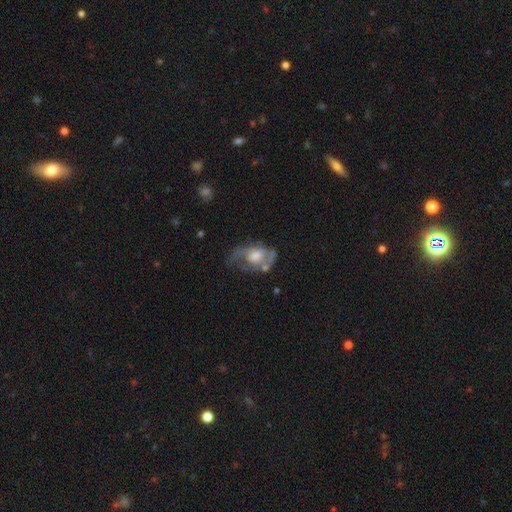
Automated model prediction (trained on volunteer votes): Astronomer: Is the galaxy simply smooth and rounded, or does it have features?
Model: featured or disk — 71%.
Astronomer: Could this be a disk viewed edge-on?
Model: no — 95%.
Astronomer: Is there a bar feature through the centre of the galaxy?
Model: no — 63%.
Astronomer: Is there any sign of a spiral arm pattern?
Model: yes — 75%.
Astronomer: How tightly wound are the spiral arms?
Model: medium — 47% (runner-up: loose, 29%).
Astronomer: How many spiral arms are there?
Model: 2 — 62%.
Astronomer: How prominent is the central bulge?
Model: moderate — 53%.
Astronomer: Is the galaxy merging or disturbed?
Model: none — 48% (runner-up: minor disturbance, 25%).